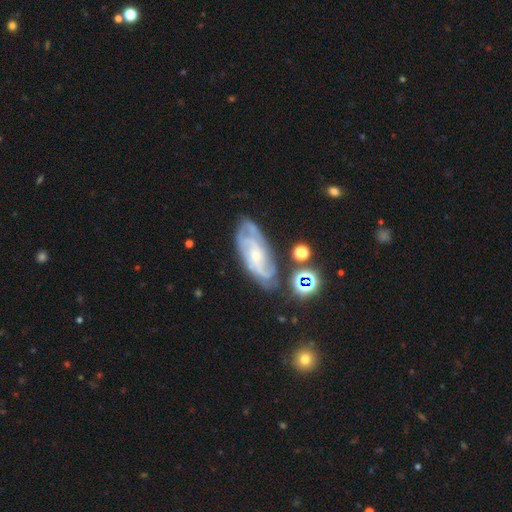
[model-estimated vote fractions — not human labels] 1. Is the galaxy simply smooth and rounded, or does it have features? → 83% featured or disk, 10% smooth, 7% star or artifact.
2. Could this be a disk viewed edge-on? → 93% no, 7% yes.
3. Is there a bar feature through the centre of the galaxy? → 64% no, 29% weak, 7% strong.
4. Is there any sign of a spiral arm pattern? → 95% yes, 5% no.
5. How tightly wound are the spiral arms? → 56% tight, 36% medium, 8% loose.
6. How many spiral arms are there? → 30% 2, 29% can't tell, 24% 3, 9% 4, 4% more than 4, 4% 1.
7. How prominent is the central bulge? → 68% small, 28% moderate, 2% none, 1% large, 1% dominant.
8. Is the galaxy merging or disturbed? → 70% none, 20% minor disturbance, 7% major disturbance, 4% merger.